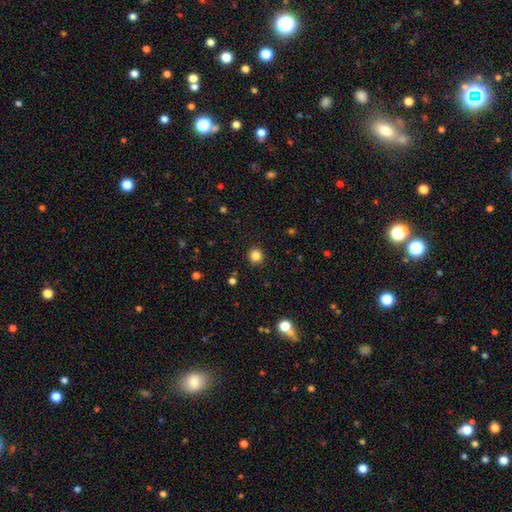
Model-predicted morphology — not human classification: type=smooth (84%); roundness=round (93%); merging=none (91%).